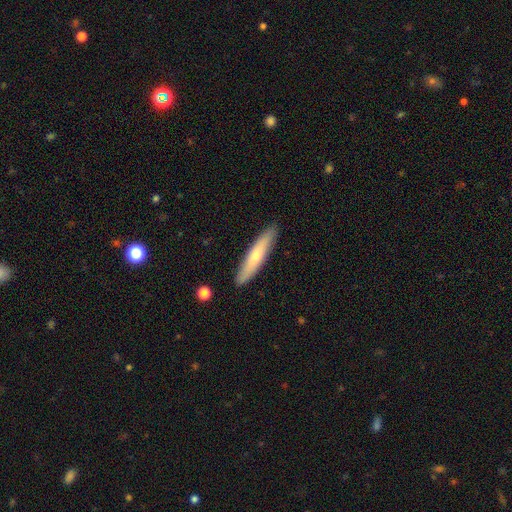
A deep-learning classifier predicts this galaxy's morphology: A smooth galaxy with no disk features (55%) that is cigar-shaped (88%).

Vote fractions:
- Smooth or featured? smooth: 55% / featured or disk: 39% / star or artifact: 6%
- How rounded? cigar-shaped: 88% / in between: 11% / round: 1%
- Merging? none: 89% / minor disturbance: 8% / major disturbance: 2% / merger: 1%